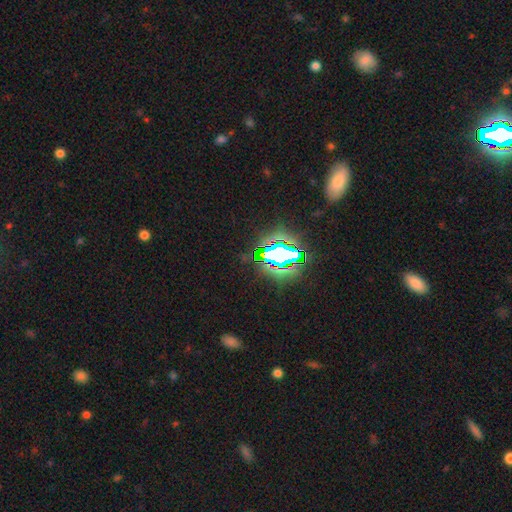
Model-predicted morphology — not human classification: This appears to be a star or artifact, not a galaxy (74%).